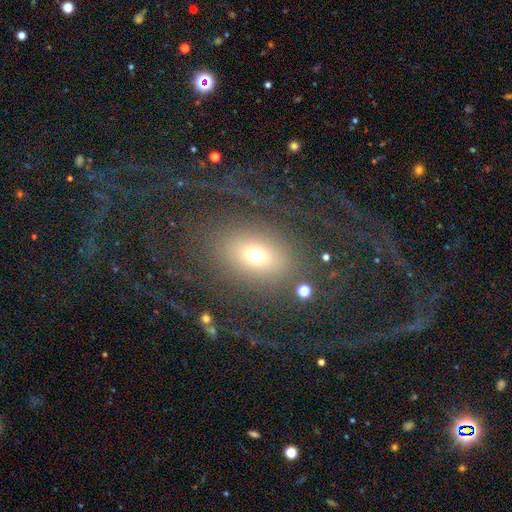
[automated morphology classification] Smooth or featured? smooth (61%)
How rounded? in between (63%)
Merging? none (63%)